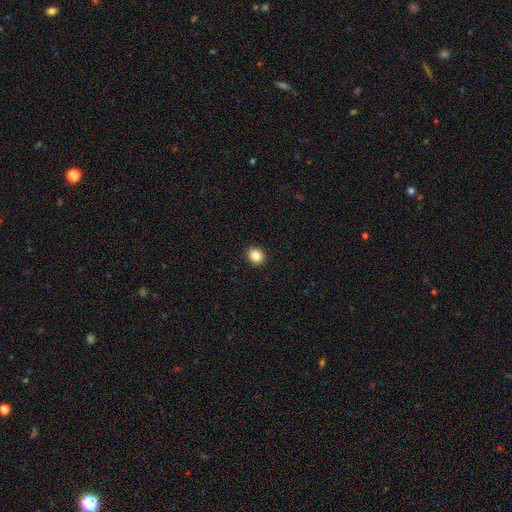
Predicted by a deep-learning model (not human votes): This is clearly a smooth galaxy (85%). How rounded: likely round (79%). Merging: clearly none (93%).